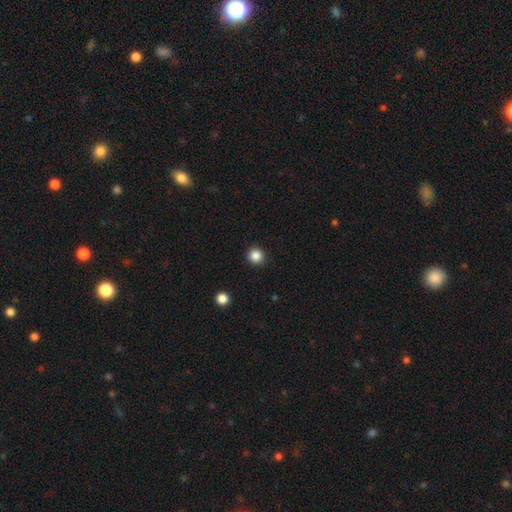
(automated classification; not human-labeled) Smooth or featured?
  - smooth: 86% *
  - star or artifact: 11%
  - featured or disk: 3%
How rounded?
  - round: 95% *
  - in between: 4%
  - cigar-shaped: 1%
Merging?
  - none: 92% *
  - minor disturbance: 5%
  - major disturbance: 2%
  - merger: 1%